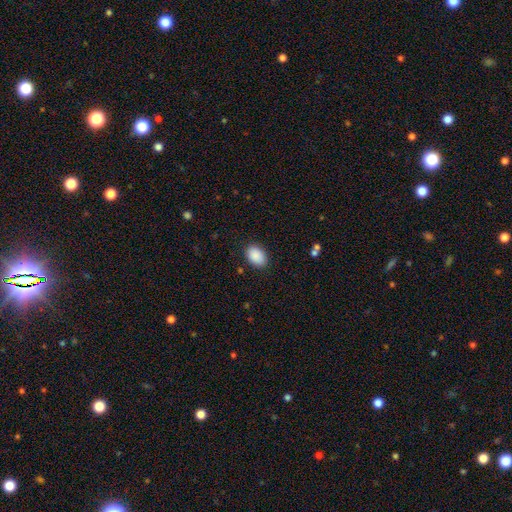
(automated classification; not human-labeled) smooth_or_featured: smooth (p=0.90) [alt: star or artifact p=0.07]
how_rounded: in between (p=0.82) [alt: round p=0.17]
merging: none (p=0.86) [alt: minor disturbance p=0.10]